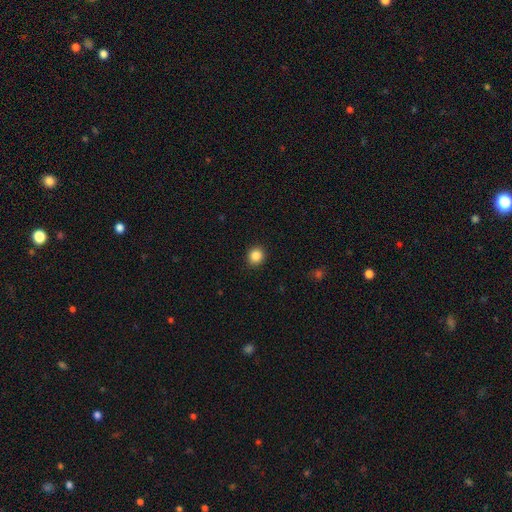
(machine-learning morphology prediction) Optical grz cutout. It shows a smooth galaxy with no disk features (86%) that is round (89%). Merging: none (92%).